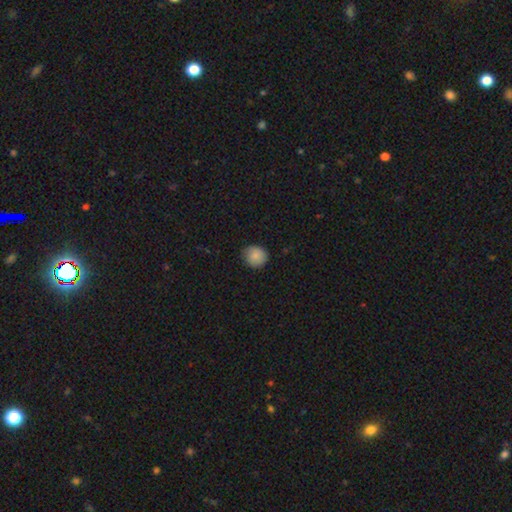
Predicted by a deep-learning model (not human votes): smooth-or-featured: smooth: 85% | star or artifact: 8% | featured or disk: 8%
  how-rounded: round: 88% | in between: 11% | cigar-shaped: 1%
  merging: none: 81% | minor disturbance: 15% | major disturbance: 2% | merger: 1%